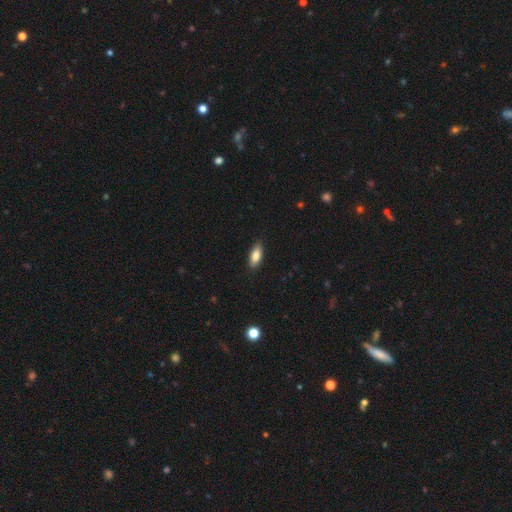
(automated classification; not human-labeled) Smooth or featured?
  - smooth: 84% *
  - featured or disk: 10%
  - star or artifact: 7%
How rounded?
  - in between: 82% *
  - cigar-shaped: 15%
  - round: 2%
Merging?
  - none: 86% *
  - minor disturbance: 11%
  - major disturbance: 2%
  - merger: 1%